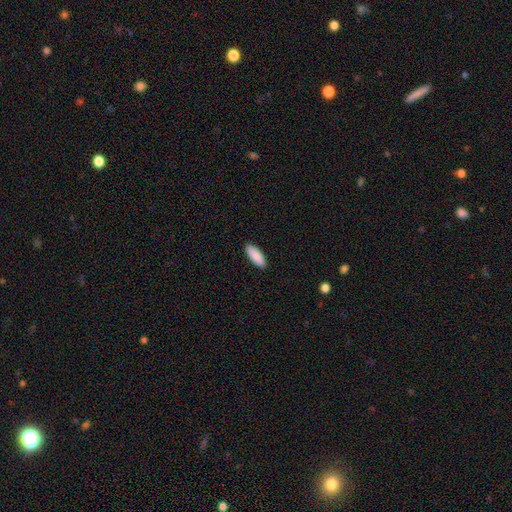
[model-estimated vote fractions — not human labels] Smooth or featured: smooth — 90% (star or artifact — 6%)
How rounded: in between — 70% (cigar-shaped — 29%)
Merging: none — 90% (minor disturbance — 7%)